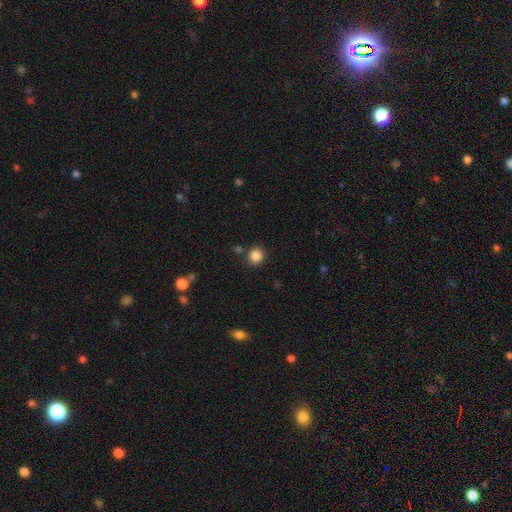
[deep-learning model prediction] Smooth or featured? Predicted: smooth (p=0.86). How rounded? Predicted: round (p=0.80). Merging? Predicted: none (p=0.82).